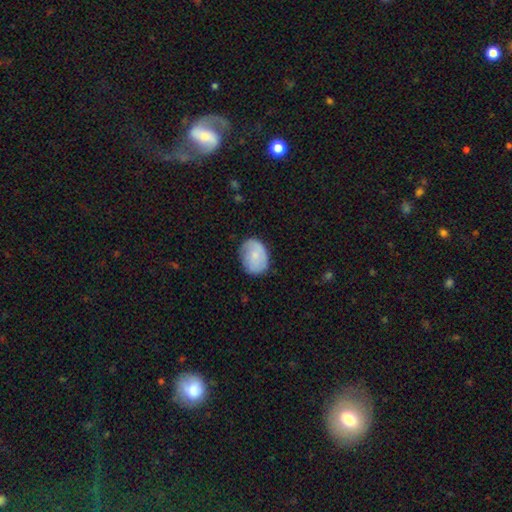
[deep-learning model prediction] smooth 72%, featured or disk 21%, star or artifact 7%. Down the decision tree: how rounded — in between (65%); merging — none (67%).